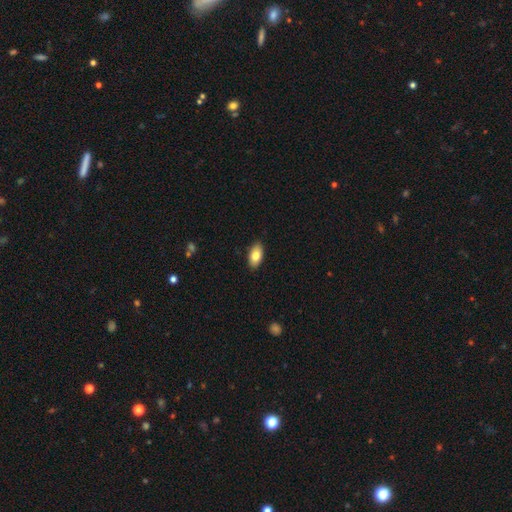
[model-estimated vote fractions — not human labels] Q: Smooth or featured?
A: smooth (81%); runner-up: featured or disk (13%)
Q: How rounded?
A: in between (93%); runner-up: round (4%)
Q: Merging?
A: none (88%); runner-up: minor disturbance (9%)